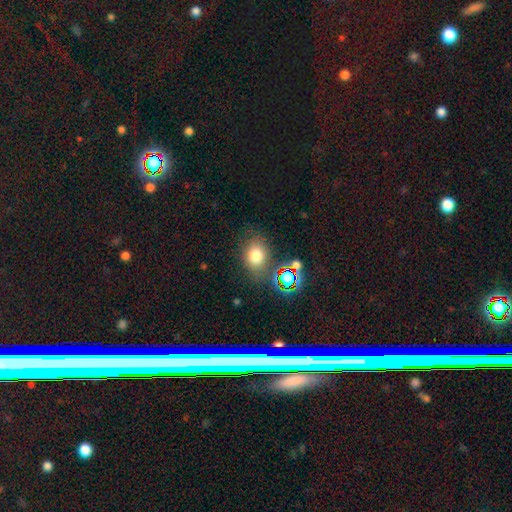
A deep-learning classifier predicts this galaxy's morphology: Smooth or featured? Predicted: smooth (p=0.74). How rounded? Predicted: in between (p=0.52). Merging? Predicted: none (p=0.72).